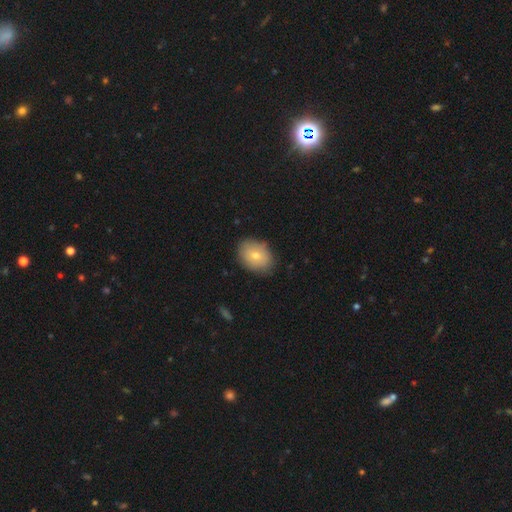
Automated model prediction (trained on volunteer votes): Q: Smooth or featured?
A: smooth (73%); runner-up: featured or disk (19%)
Q: How rounded?
A: in between (67%); runner-up: round (32%)
Q: Merging?
A: none (81%); runner-up: minor disturbance (14%)